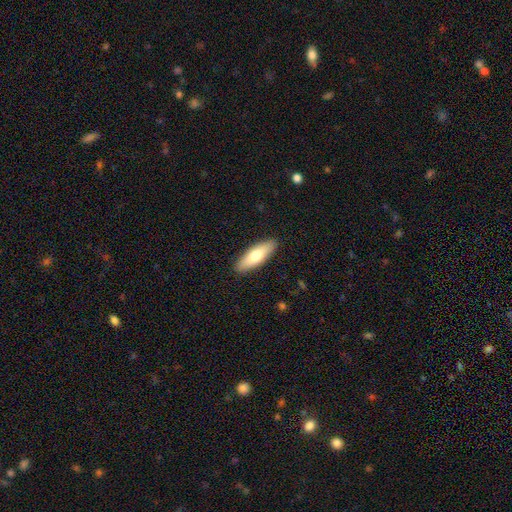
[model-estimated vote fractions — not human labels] Smooth or featured? Predicted: smooth (p=0.69). How rounded? Predicted: in between (p=0.55). Merging? Predicted: none (p=0.90).